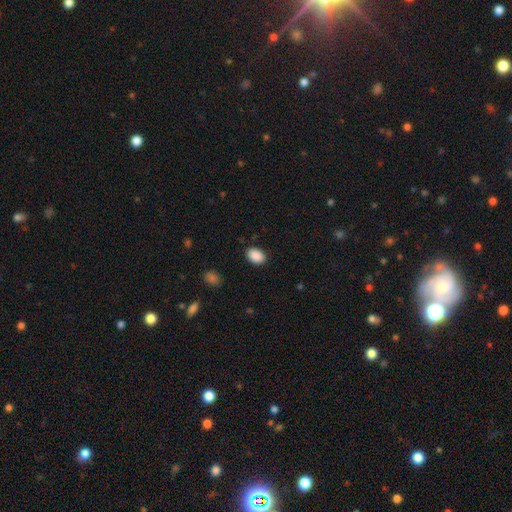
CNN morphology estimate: Smooth or featured: smooth — 90% (star or artifact — 7%)
How rounded: in between — 85% (round — 14%)
Merging: none — 88% (minor disturbance — 9%)